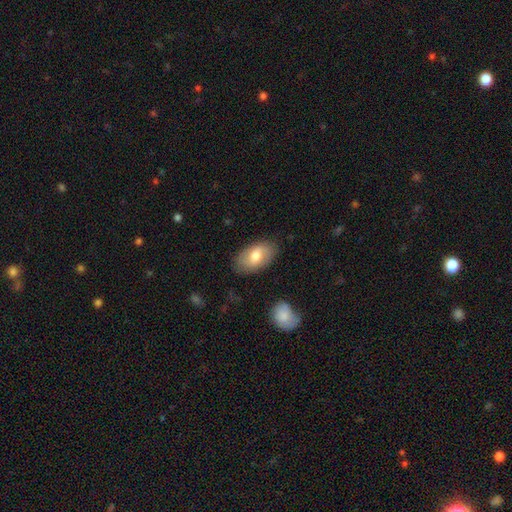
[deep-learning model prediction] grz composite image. It shows a smooth galaxy with no disk features (70%) that is in between round and cigar-shaped (93%). Merging: none (82%).